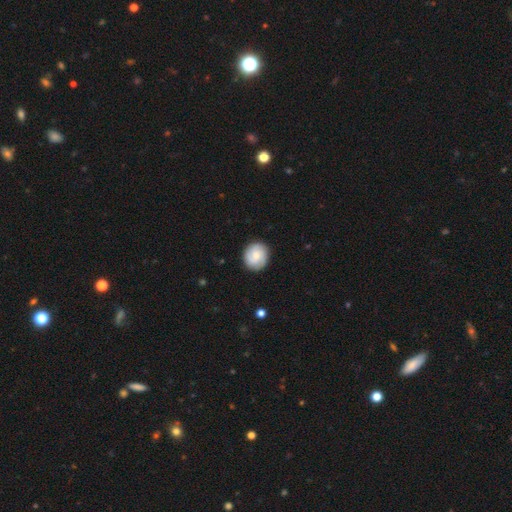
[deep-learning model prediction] Overall: smooth (49%; featured or disk 44%). Merging: none (87%).